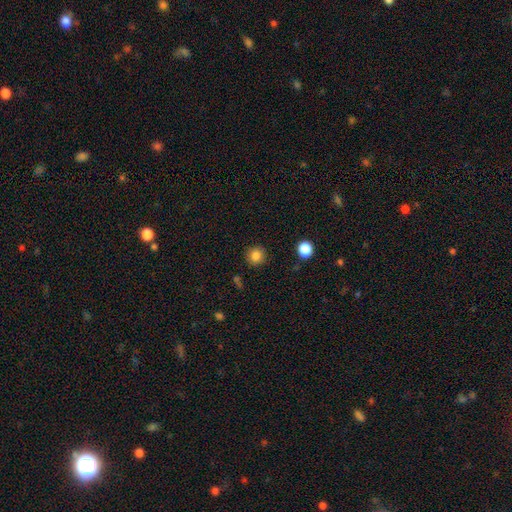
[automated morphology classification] Smooth or featured? Predicted: smooth (p=0.84). How rounded? Predicted: round (p=0.93). Merging? Predicted: none (p=0.89).